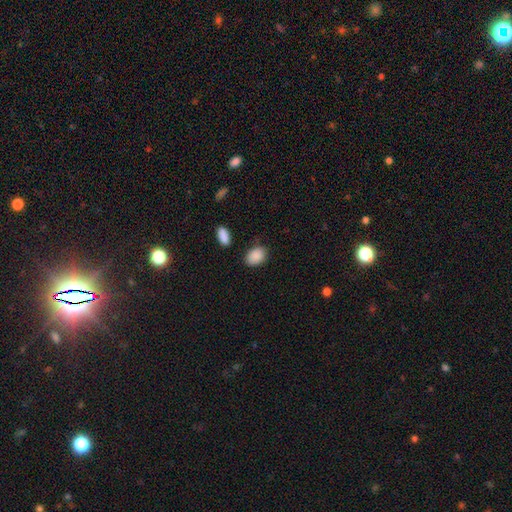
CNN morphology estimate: A smooth galaxy with no disk features (90%) that is in between round and cigar-shaped (84%).

Vote fractions:
- Smooth or featured? smooth: 90% / star or artifact: 7% / featured or disk: 4%
- How rounded? in between: 84% / round: 15% / cigar-shaped: 1%
- Merging? none: 79% / minor disturbance: 13% / merger: 4% / major disturbance: 3%